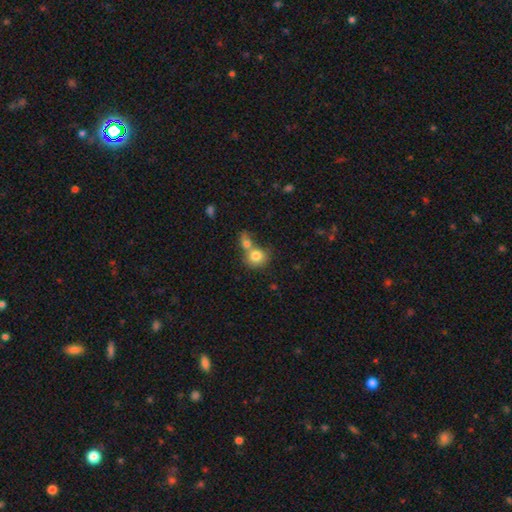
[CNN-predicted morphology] type=smooth (80%); roundness=round (73%); merging=merger (55%).